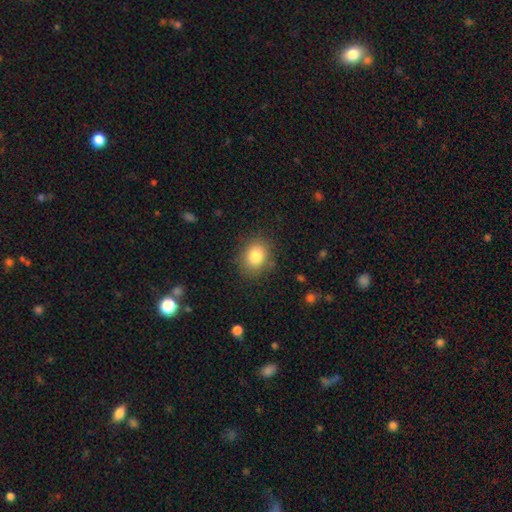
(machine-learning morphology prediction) Smooth or featured? Predicted: smooth (p=0.82). How rounded? Predicted: round (p=0.58). Merging? Predicted: none (p=0.84).